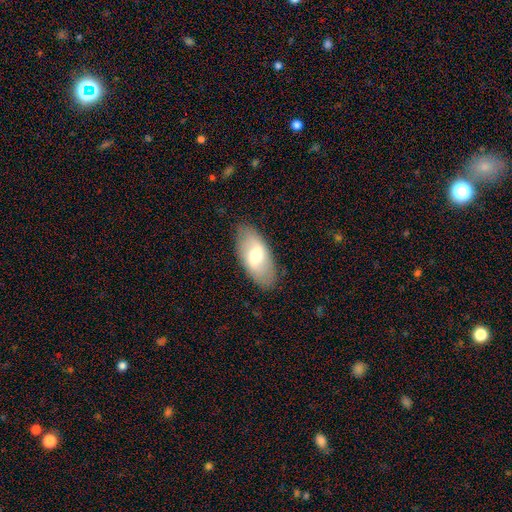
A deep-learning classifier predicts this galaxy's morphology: Smooth or featured? smooth (53%)
How rounded? in between (91%)
Merging? none (84%)